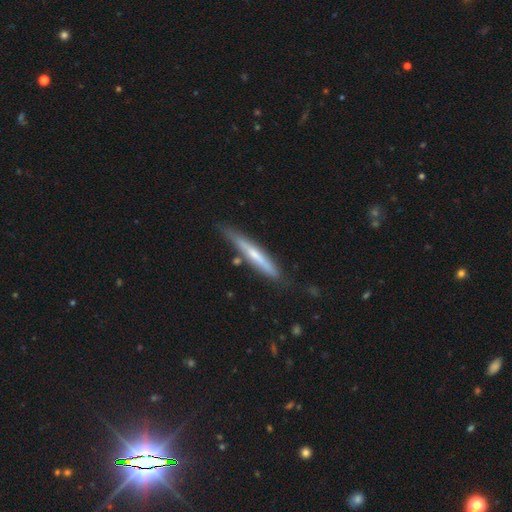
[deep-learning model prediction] smooth_or_featured: featured or disk (p=0.50) [alt: smooth p=0.44]
disk_edge_on: yes (p=0.93) [alt: no p=0.07]
merging: none (p=0.76) [alt: minor disturbance p=0.17]